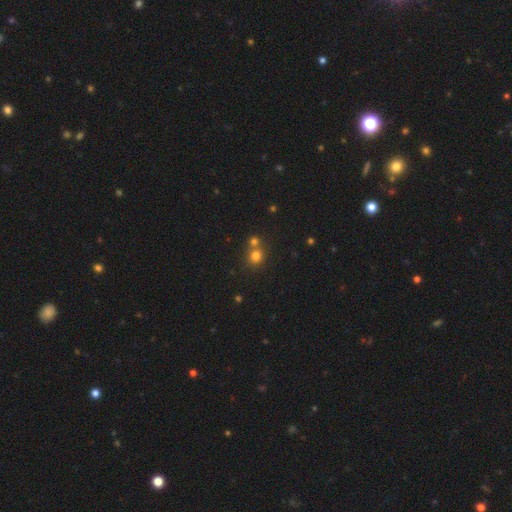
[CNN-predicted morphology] This is likely a smooth galaxy (77%). How rounded: clearly round (85%). Merging: possibly none (54%).